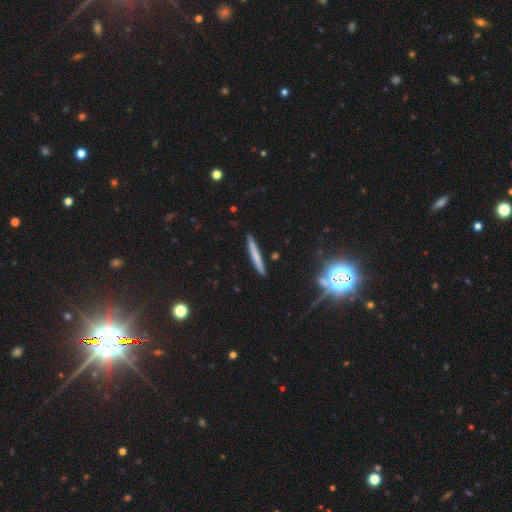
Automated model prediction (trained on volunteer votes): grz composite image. It shows a smooth galaxy with no disk features (64%) that is cigar-shaped (96%). Merging: none (89%).